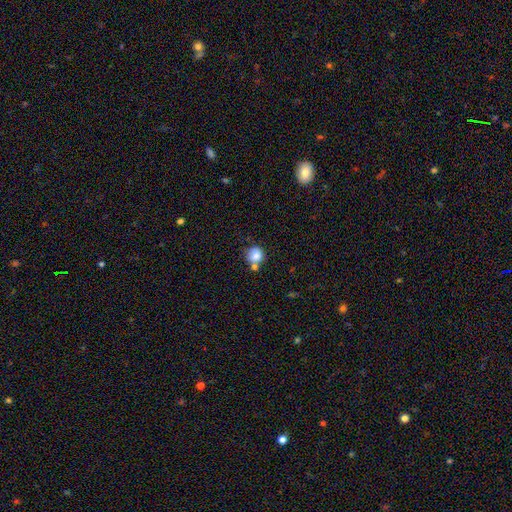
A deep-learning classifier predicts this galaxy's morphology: This is clearly a smooth galaxy (81%). How rounded: clearly round (85%). Merging: possibly none (50%).